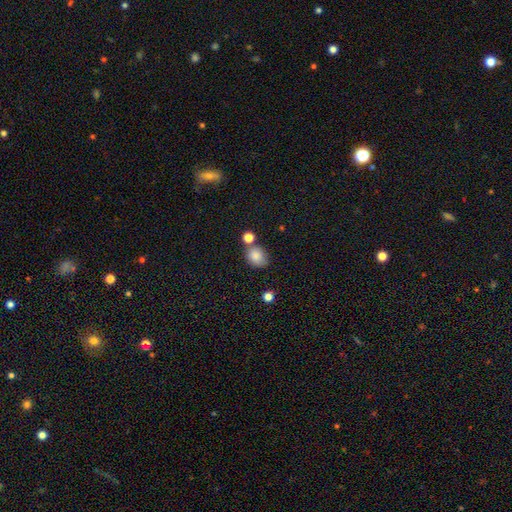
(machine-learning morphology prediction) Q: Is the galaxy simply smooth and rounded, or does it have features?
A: smooth — 84%.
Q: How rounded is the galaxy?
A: in between — 57%.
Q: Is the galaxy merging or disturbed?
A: none — 61%.